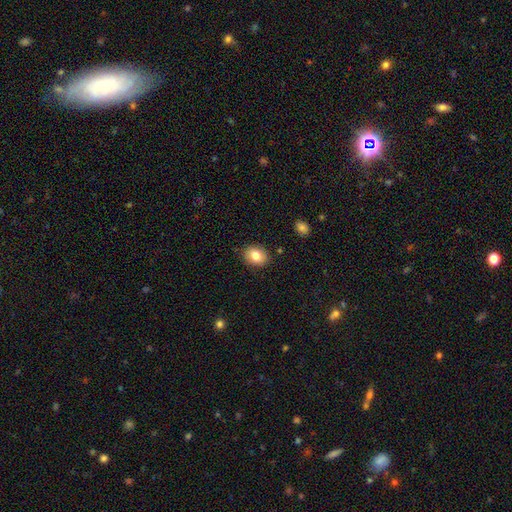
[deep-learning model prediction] Smooth or featured? smooth (81%)
How rounded? in between (57%)
Merging? none (87%)